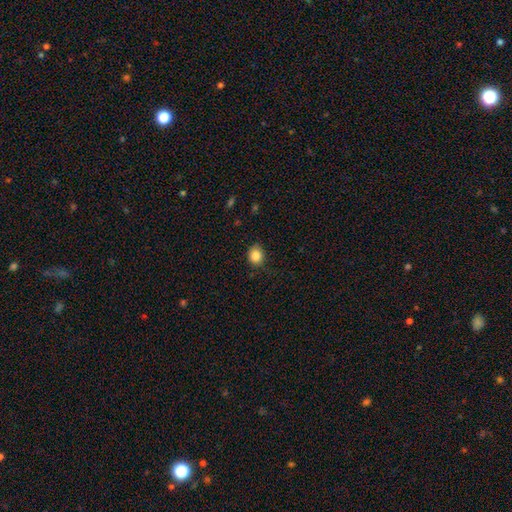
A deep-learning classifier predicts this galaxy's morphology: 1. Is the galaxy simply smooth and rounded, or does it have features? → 85% smooth, 10% star or artifact, 5% featured or disk.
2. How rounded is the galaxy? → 65% round, 34% in between, 1% cigar-shaped.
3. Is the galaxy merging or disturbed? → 77% none, 19% minor disturbance, 3% major disturbance, 1% merger.